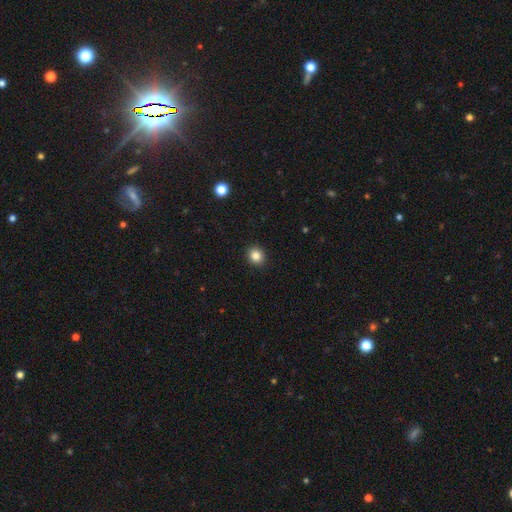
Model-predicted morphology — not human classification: Overall: smooth (84%). How rounded: round (78%). Merging: none (92%).